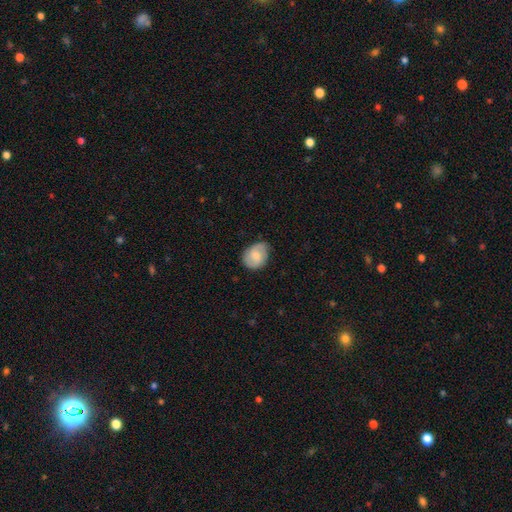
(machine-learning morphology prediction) Q: Smooth or featured?
A: smooth (55%); runner-up: featured or disk (37%)
Q: How rounded?
A: in between (56%); runner-up: round (43%)
Q: Merging?
A: none (70%); runner-up: minor disturbance (24%)